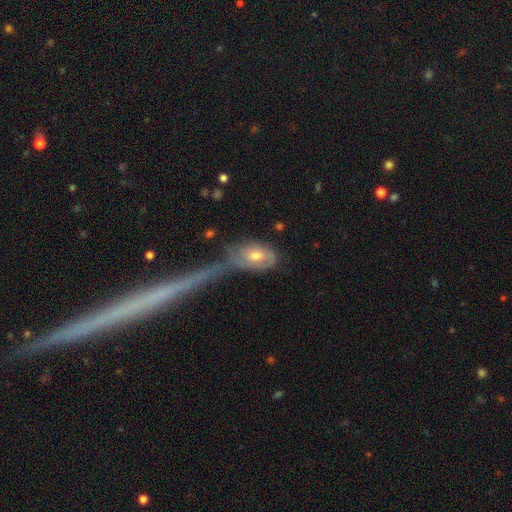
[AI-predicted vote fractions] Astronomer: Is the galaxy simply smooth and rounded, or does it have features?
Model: smooth — 53% (runner-up: featured or disk, 40%).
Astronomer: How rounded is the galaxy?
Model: in between — 85%.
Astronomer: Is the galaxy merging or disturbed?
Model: none — 34% (runner-up: merger, 33%).